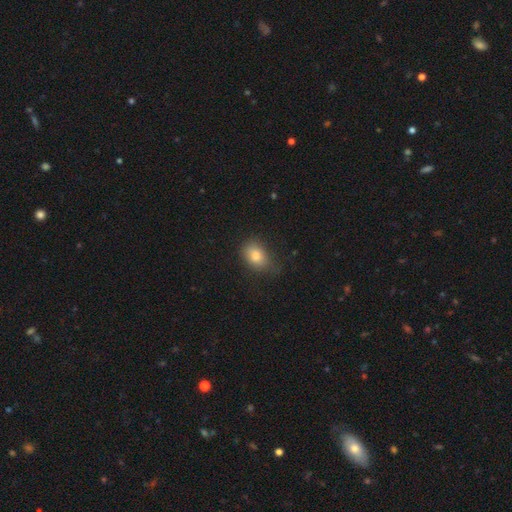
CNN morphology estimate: smooth_or_featured: smooth (p=0.81) [alt: star or artifact p=0.10]
how_rounded: in between (p=0.71) [alt: round p=0.28]
merging: none (p=0.64) [alt: minor disturbance p=0.28]